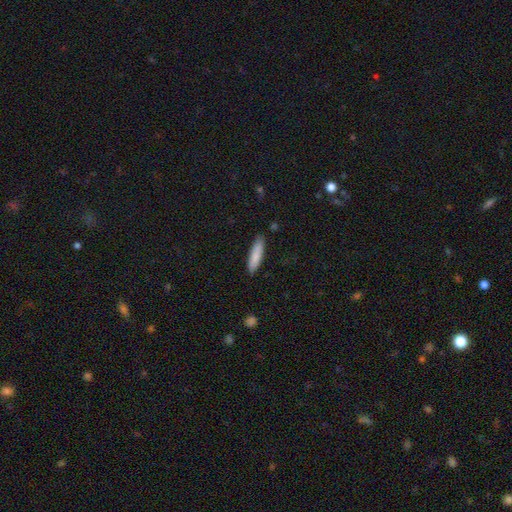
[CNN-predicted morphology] The model was most divided on "how rounded": cigar-shaped: 70%, in between: 28%, round: 1%. More confident: merging — none (86%); smooth or featured — smooth (85%).